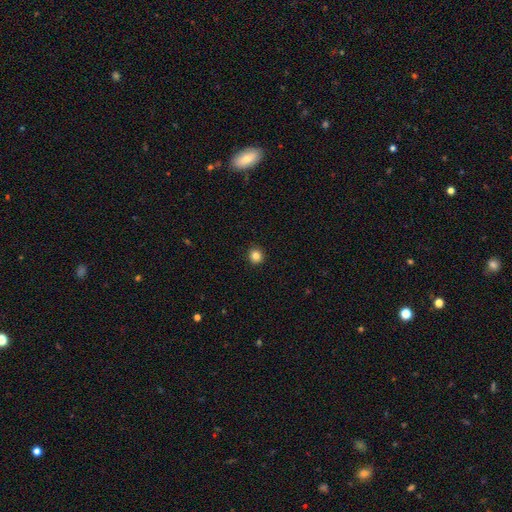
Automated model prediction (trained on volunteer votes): A smooth galaxy with no disk features (84%) that is round (93%).

Vote fractions:
- Smooth or featured? smooth: 84% / star or artifact: 12% / featured or disk: 4%
- How rounded? round: 93% / in between: 7% / cigar-shaped: 1%
- Merging? none: 92% / minor disturbance: 5% / major disturbance: 2% / merger: 1%